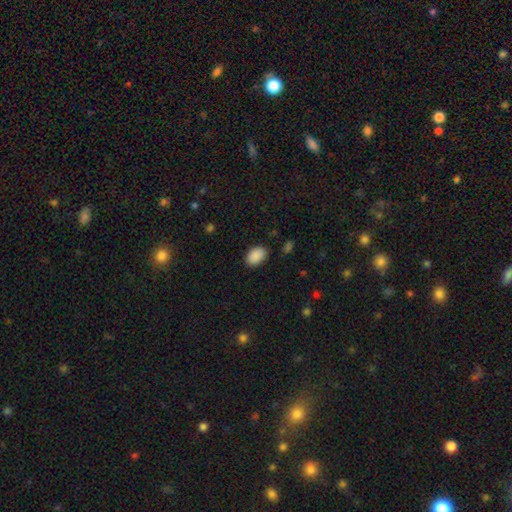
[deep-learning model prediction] Smooth or featured? Predicted: smooth (p=0.90). How rounded? Predicted: in between (p=0.87). Merging? Predicted: none (p=0.85).